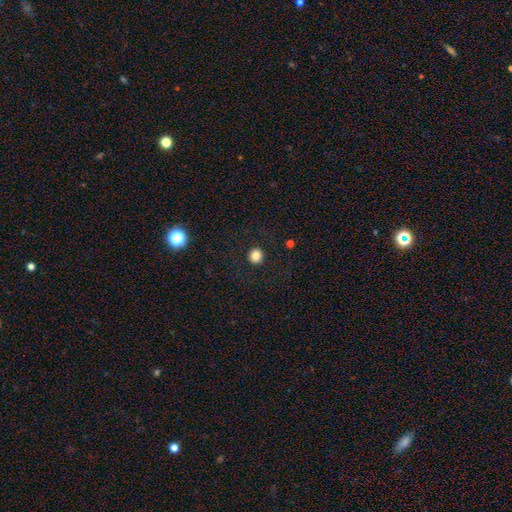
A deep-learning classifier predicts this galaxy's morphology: Q: Smooth or featured?
A: smooth (83%); runner-up: star or artifact (12%)
Q: How rounded?
A: round (90%); runner-up: in between (9%)
Q: Merging?
A: none (92%); runner-up: minor disturbance (5%)